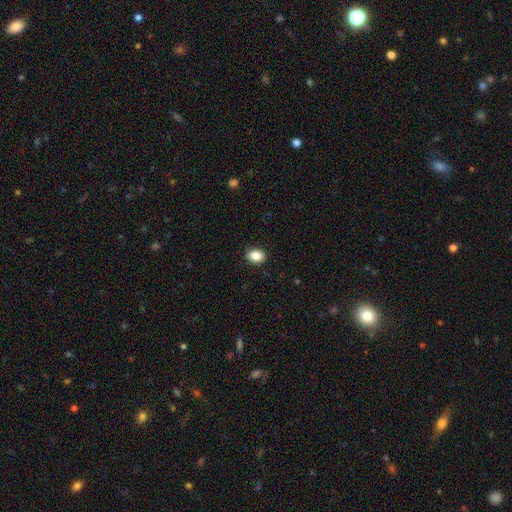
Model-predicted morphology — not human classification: This appears to be a smooth galaxy with no disk features (86%) that is in between round and cigar-shaped (70%). Merging: none (90%).